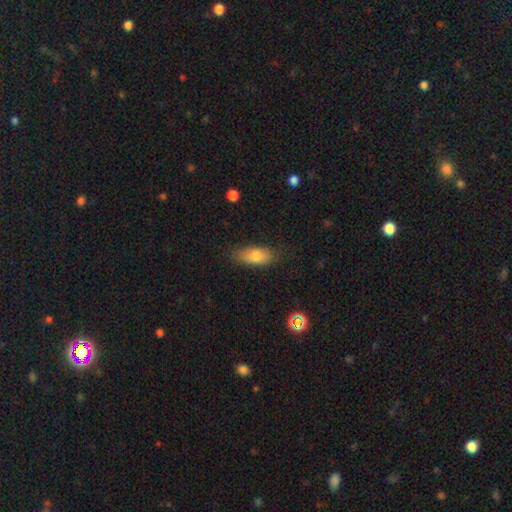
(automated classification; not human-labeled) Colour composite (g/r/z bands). It shows a smooth galaxy with no disk features (78%) that is in between round and cigar-shaped (80%). Merging: none (79%).